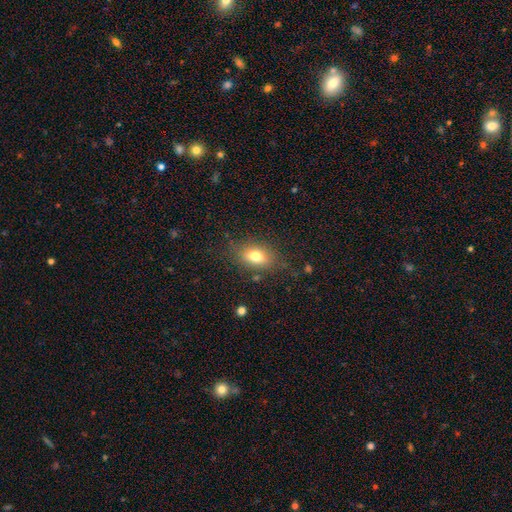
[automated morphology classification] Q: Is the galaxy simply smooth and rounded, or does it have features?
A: smooth — 76%.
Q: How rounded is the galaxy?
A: in between — 80%.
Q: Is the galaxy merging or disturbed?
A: none — 78%.